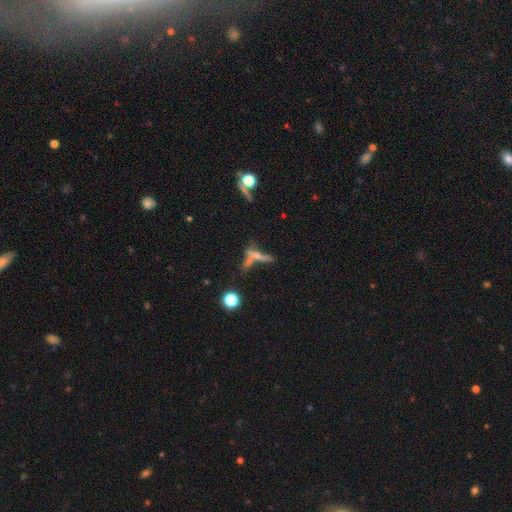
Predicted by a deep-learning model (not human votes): This is marginally a featured or disk galaxy (45%). Merging: marginally none (42%).